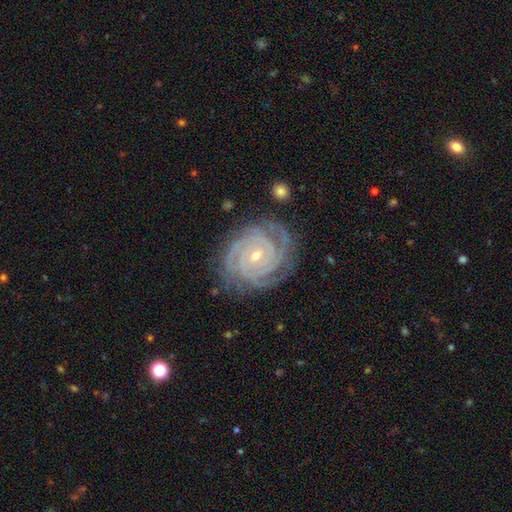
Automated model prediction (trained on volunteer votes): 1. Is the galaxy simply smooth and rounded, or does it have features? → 92% featured or disk, 5% star or artifact, 4% smooth.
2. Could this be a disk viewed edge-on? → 98% no, 2% yes.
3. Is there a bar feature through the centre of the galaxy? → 71% no, 20% weak, 9% strong.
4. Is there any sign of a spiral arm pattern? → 99% yes, 1% no.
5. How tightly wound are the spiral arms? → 86% tight, 12% medium, 2% loose.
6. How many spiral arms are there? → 30% 3, 28% 4, 14% 2, 13% can't tell, 9% more than 4, 7% 1.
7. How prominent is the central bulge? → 72% small, 26% moderate, 1% large, 1% none, 1% dominant.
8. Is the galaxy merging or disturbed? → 80% none, 15% minor disturbance, 4% major disturbance, 1% merger.